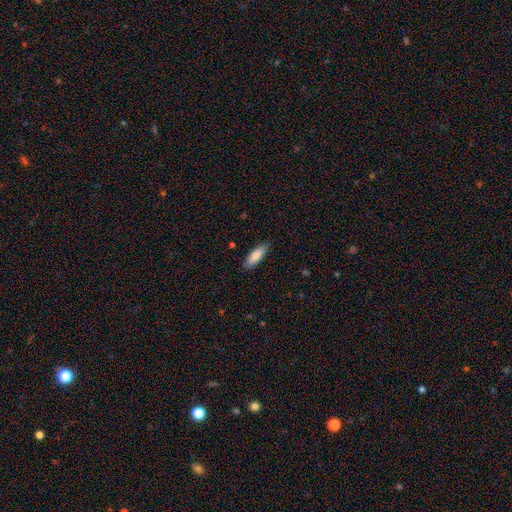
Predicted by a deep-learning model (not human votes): This appears to be a smooth galaxy with no disk features (82%) that is in between round and cigar-shaped (59%). Merging: none (85%).